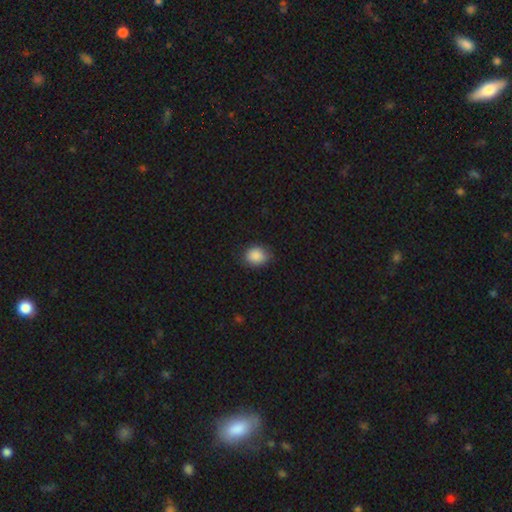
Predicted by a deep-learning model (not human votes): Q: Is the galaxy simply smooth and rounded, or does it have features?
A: smooth — 88%.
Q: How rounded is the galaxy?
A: round — 58%.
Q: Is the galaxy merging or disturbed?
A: none — 80%.